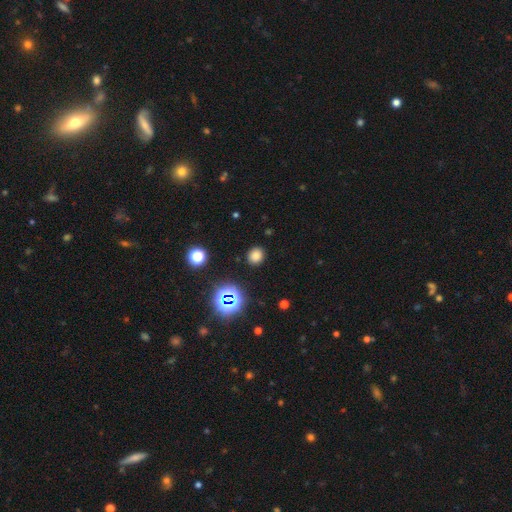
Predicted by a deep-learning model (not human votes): A smooth galaxy with no disk features (74%) that is round (76%). Merging: none (88%).